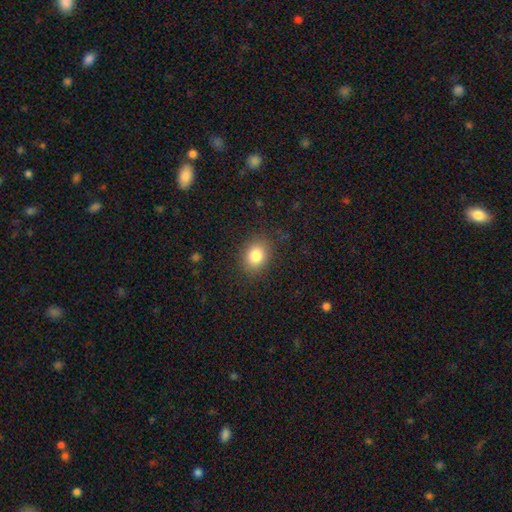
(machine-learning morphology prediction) The model was most divided on "how rounded": in between: 51%, round: 48%, cigar-shaped: 1%. More confident: merging — none (86%); smooth or featured — smooth (83%).